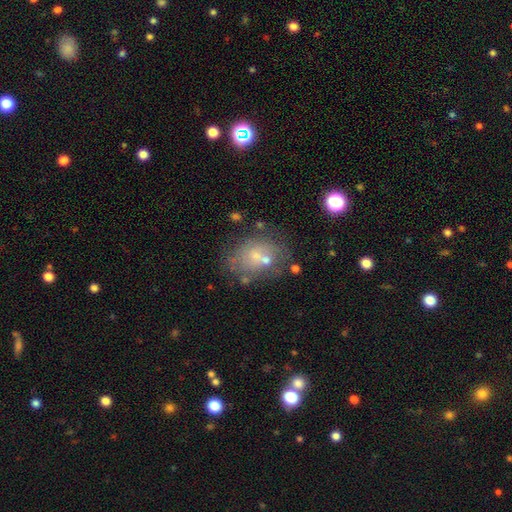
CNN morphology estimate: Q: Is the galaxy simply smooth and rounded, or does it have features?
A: smooth — 43%.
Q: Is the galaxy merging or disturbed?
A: none — 53%.